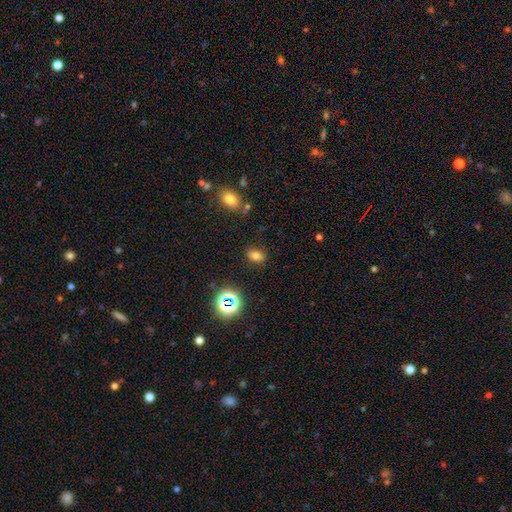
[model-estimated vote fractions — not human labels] This is likely a smooth galaxy (73%). How rounded: clearly in between (82%). Merging: clearly none (84%).